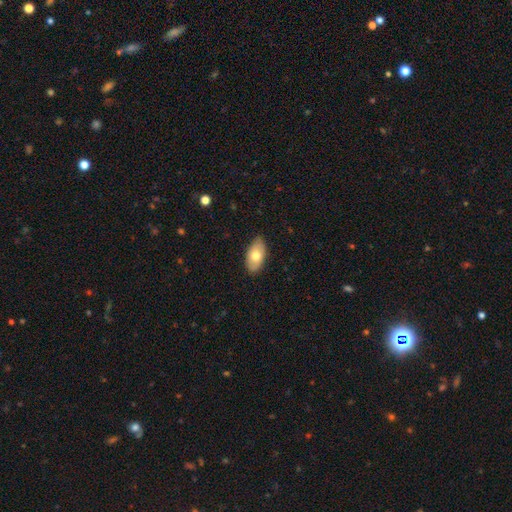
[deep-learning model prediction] A smooth galaxy with no disk features (70%) that is in between round and cigar-shaped (94%).

Vote fractions:
- Smooth or featured? smooth: 70% / featured or disk: 23% / star or artifact: 6%
- How rounded? in between: 94% / round: 4% / cigar-shaped: 2%
- Merging? none: 82% / minor disturbance: 15% / major disturbance: 2% / merger: 1%